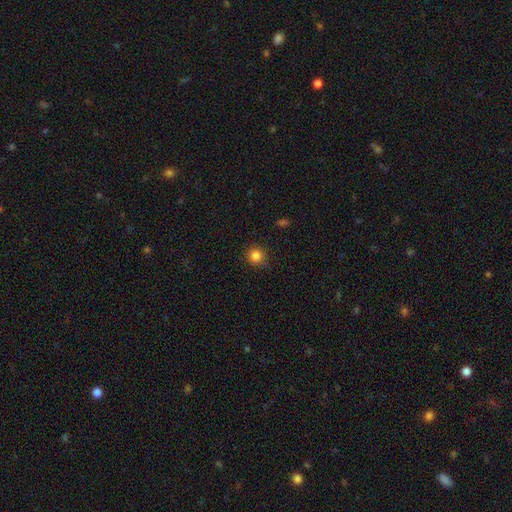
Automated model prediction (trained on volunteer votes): Q: Smooth or featured?
A: smooth (84%); runner-up: star or artifact (12%)
Q: How rounded?
A: round (92%); runner-up: in between (7%)
Q: Merging?
A: none (86%); runner-up: minor disturbance (10%)